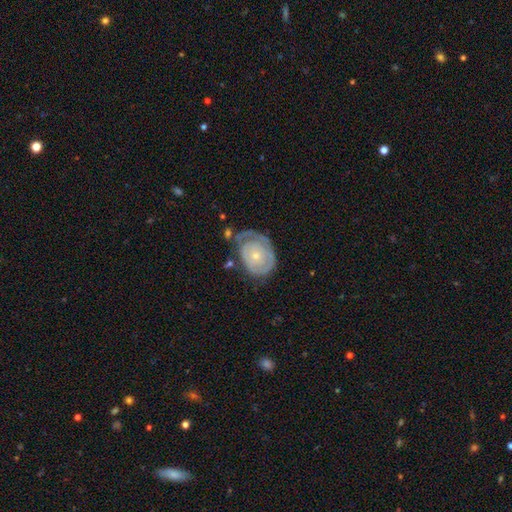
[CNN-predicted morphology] Smooth or featured: featured or disk — 69% (smooth — 25%)
Edge-on disk: no — 97% (yes — 3%)
Bar: no — 85% (weak — 13%)
Spiral arms: yes — 72% (no — 28%)
Bulge size: small — 70% (moderate — 25%)
Merging: none — 44% (minor disturbance — 30%)